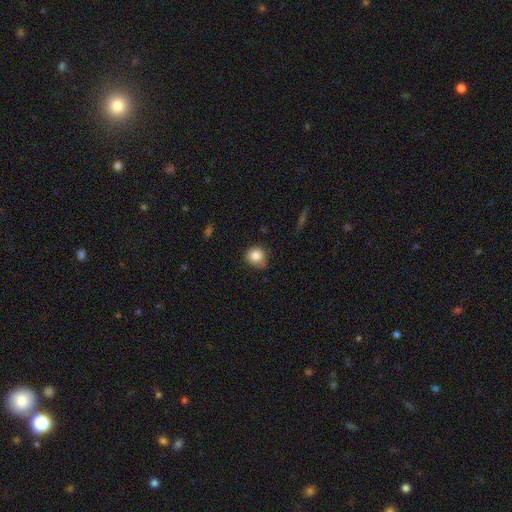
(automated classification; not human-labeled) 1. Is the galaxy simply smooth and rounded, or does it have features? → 84% smooth, 10% star or artifact, 6% featured or disk.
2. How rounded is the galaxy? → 82% round, 17% in between, 1% cigar-shaped.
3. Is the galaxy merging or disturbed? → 67% none, 26% minor disturbance, 5% major disturbance, 2% merger.